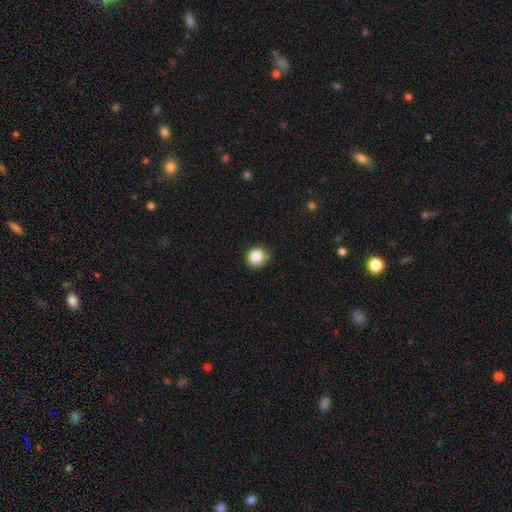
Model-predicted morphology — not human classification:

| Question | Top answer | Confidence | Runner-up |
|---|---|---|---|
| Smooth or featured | smooth | 86% | star or artifact (10%) |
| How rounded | round | 89% | in between (11%) |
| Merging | none | 77% | minor disturbance (18%) |